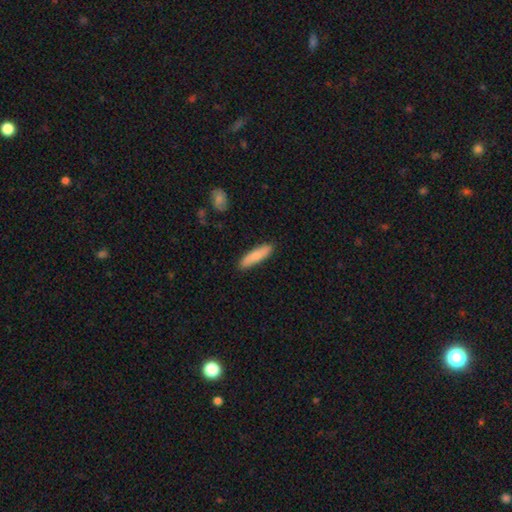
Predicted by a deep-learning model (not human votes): This is clearly a smooth galaxy (81%). How rounded: likely cigar-shaped (75%). Merging: clearly none (88%).